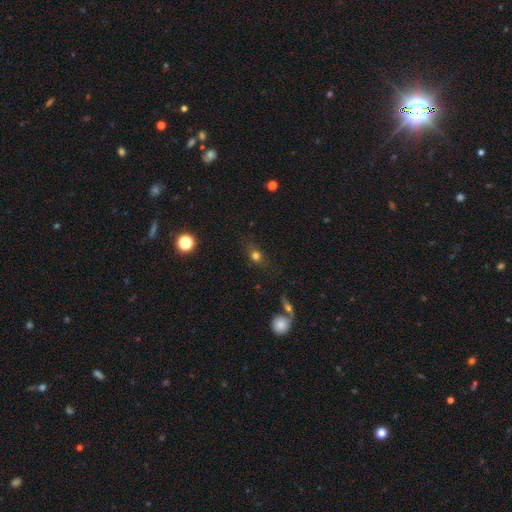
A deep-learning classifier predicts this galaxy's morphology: This appears to be a smooth galaxy with no disk features (73%) that is round (54%). Merging: none (72%).